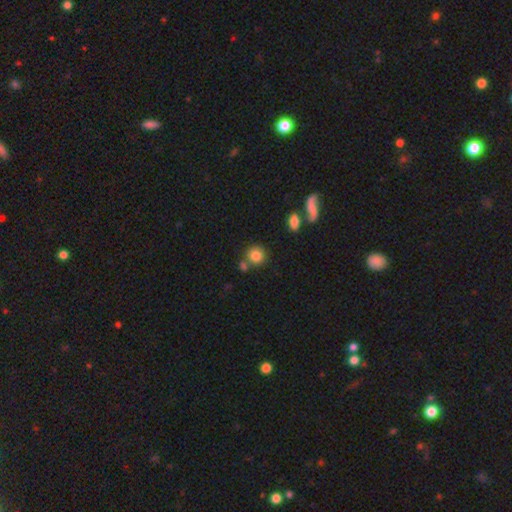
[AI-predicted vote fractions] smooth_or_featured: smooth (p=0.83) [alt: star or artifact p=0.10]
how_rounded: round (p=0.87) [alt: in between p=0.12]
merging: none (p=0.69) [alt: merger p=0.18]